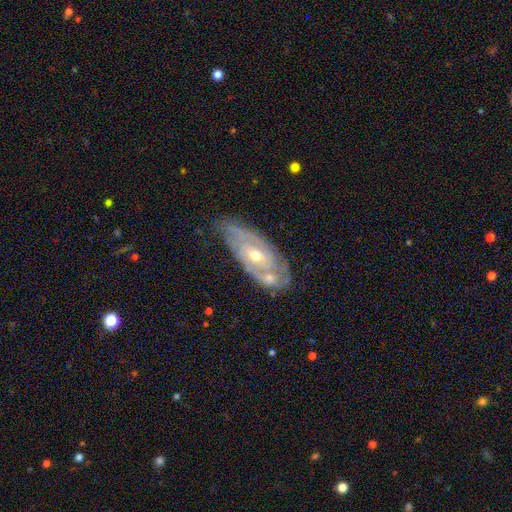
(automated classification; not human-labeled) This is clearly a featured or disk galaxy (81%). It is clearly not viewed edge-on (90%). Bar: likely no (64%). Spiral arm pattern: clearly yes (87%). Spiral arm count: marginally 2 (41%). Spiral winding: likely tight (65%). Central bulge: possibly moderate (52%). Merging: likely none (61%).